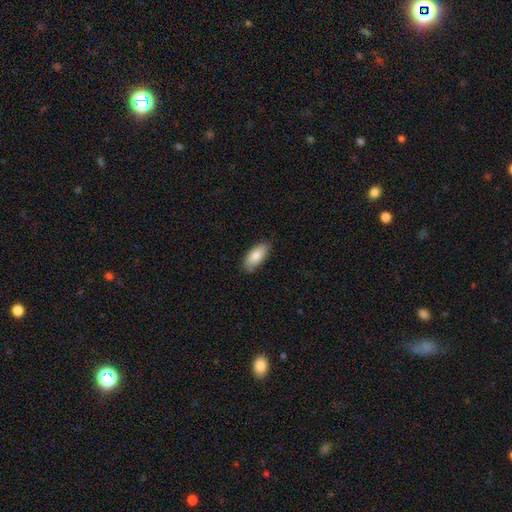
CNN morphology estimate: smooth_or_featured: smooth (p=0.82) [alt: featured or disk p=0.12]
how_rounded: in between (p=0.89) [alt: cigar-shaped p=0.09]
merging: none (p=0.80) [alt: minor disturbance p=0.16]